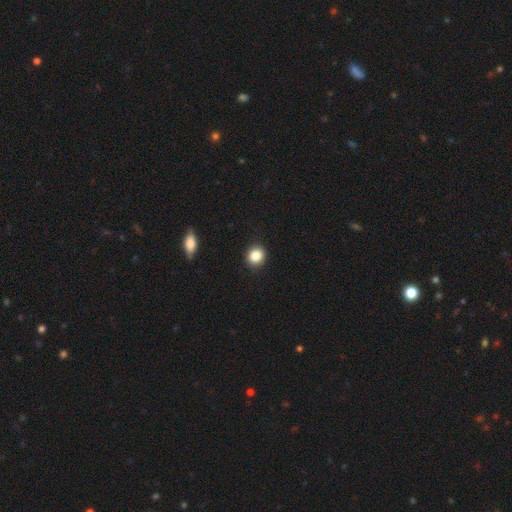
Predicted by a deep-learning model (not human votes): A smooth galaxy with no disk features (85%) that is round (79%).

Vote fractions:
- Smooth or featured? smooth: 85% / star or artifact: 10% / featured or disk: 4%
- How rounded? round: 79% / in between: 20% / cigar-shaped: 1%
- Merging? none: 90% / minor disturbance: 7% / major disturbance: 2% / merger: 1%